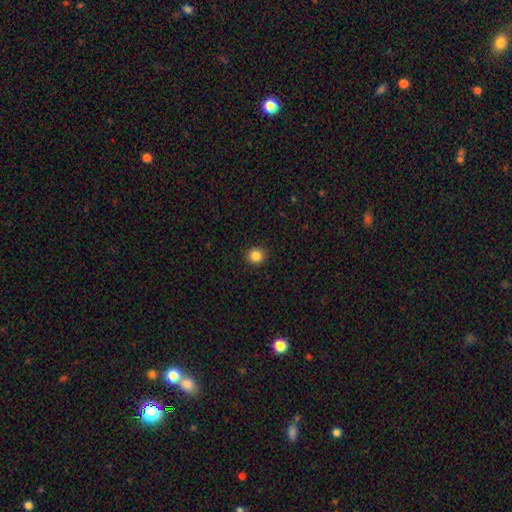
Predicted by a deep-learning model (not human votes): A smooth galaxy with no disk features (85%) that is round (89%). Merging: none (93%).